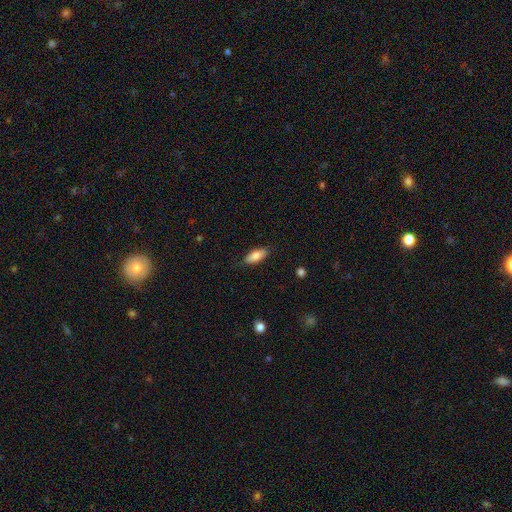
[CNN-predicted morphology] A smooth galaxy with no disk features (81%) that is in between round and cigar-shaped (81%). Merging: none (83%).